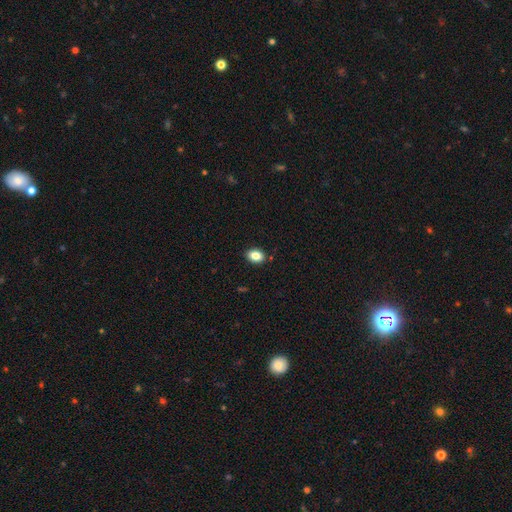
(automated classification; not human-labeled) Smooth or featured? smooth (85%)
How rounded? in between (72%)
Merging? none (89%)